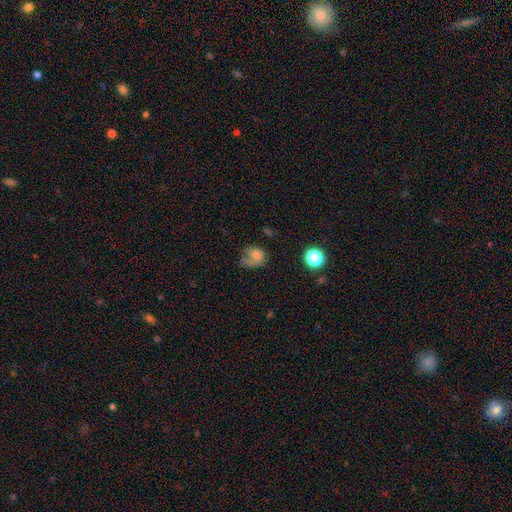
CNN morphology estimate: smooth_or_featured: smooth (p=0.67) [alt: featured or disk p=0.20]
how_rounded: round (p=0.52) [alt: in between p=0.47]
merging: major disturbance (p=0.36) [alt: none p=0.32]